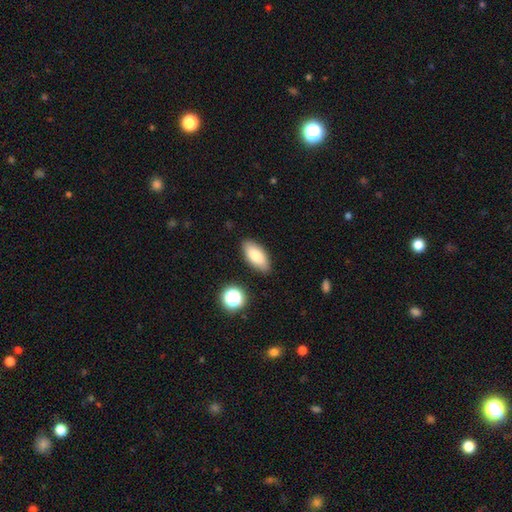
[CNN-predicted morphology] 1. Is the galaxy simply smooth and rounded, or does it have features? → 82% smooth, 11% featured or disk, 8% star or artifact.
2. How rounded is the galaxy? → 87% in between, 10% cigar-shaped, 3% round.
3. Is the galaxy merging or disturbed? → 86% none, 10% minor disturbance, 2% major disturbance, 2% merger.